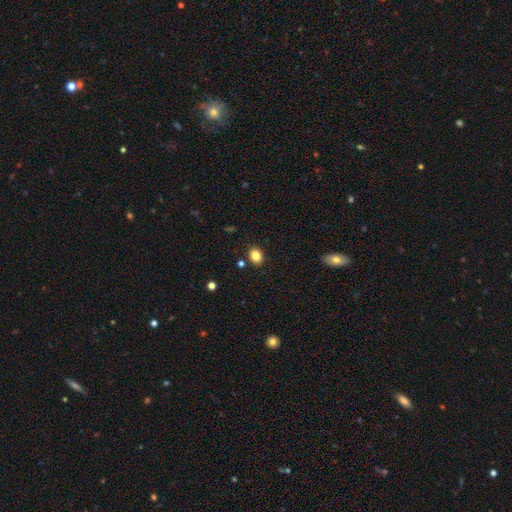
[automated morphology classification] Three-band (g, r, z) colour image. It shows a smooth galaxy with no disk features (84%) that is in between round and cigar-shaped (59%). Merging: none (87%).